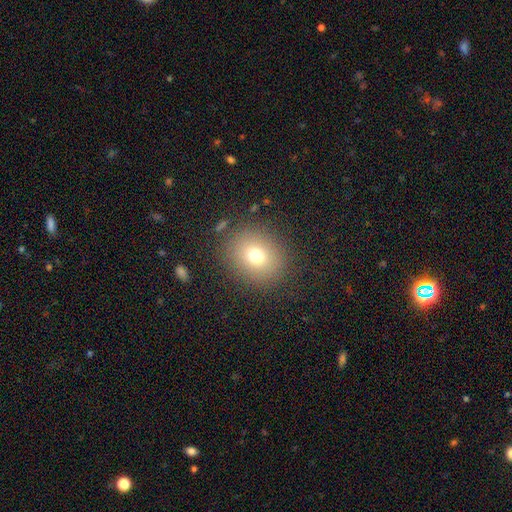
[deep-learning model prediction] Morphology: type=smooth (72%); roundness=round (73%); merging=none (85%).